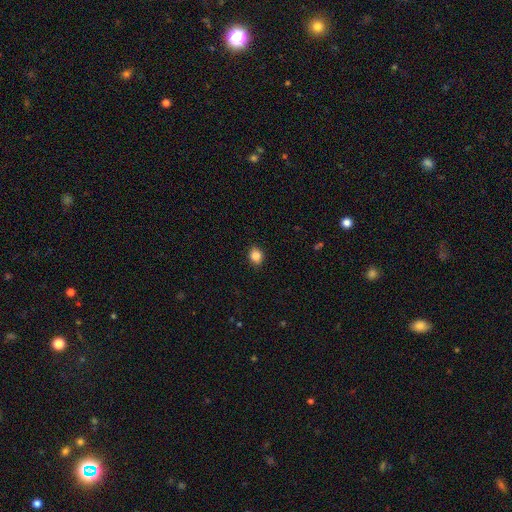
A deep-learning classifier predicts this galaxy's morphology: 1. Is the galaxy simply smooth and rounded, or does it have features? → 86% smooth, 10% star or artifact, 4% featured or disk.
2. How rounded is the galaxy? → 58% round, 41% in between, 1% cigar-shaped.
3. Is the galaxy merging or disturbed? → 87% none, 9% minor disturbance, 2% major disturbance, 1% merger.